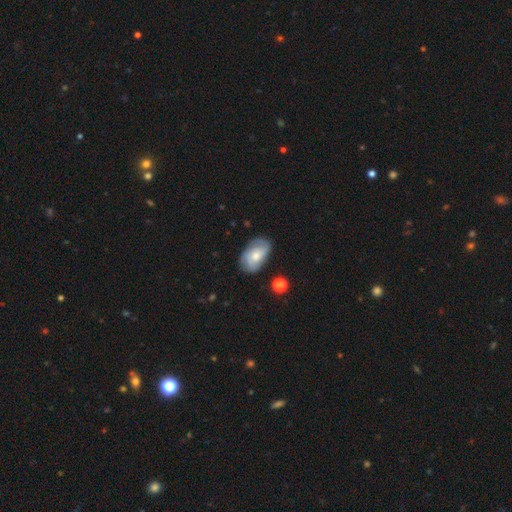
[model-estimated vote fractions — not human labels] Overall: smooth (47%; featured or disk 46%). Merging: none (68%).